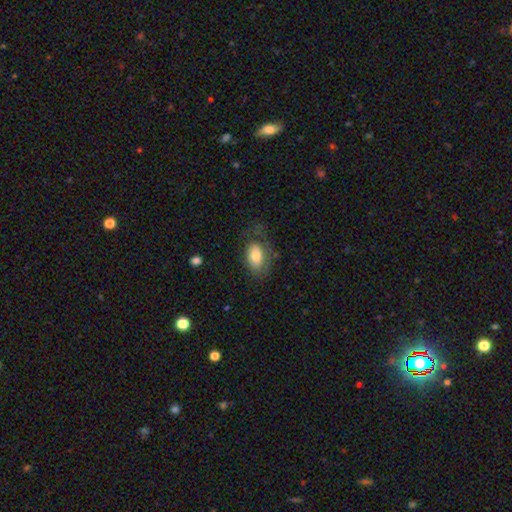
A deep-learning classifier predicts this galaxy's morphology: Smooth or featured? Predicted: smooth (p=0.75). How rounded? Predicted: in between (p=0.90). Merging? Predicted: none (p=0.54).